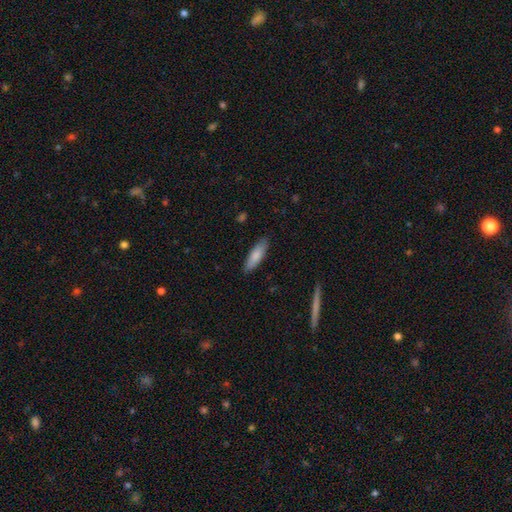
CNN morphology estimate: This appears to be a smooth galaxy with no disk features (82%) that is cigar-shaped (57%). Merging: none (87%).